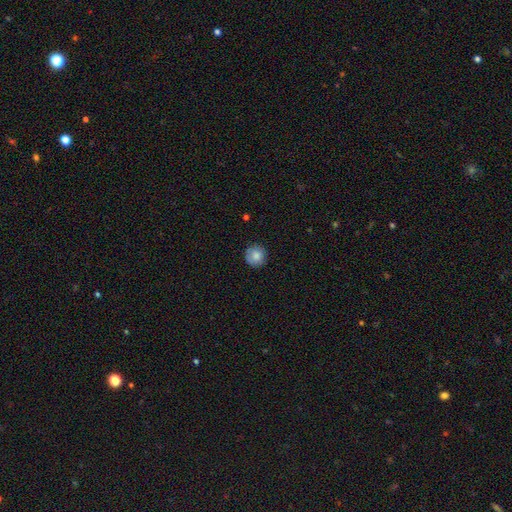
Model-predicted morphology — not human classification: A smooth galaxy with no disk features (81%) that is round (94%). Merging: none (84%).